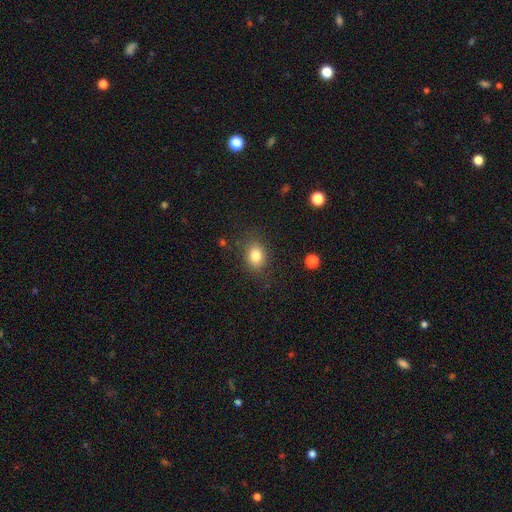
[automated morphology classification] This is clearly a smooth galaxy (82%). How rounded: possibly in between (56%). Merging: clearly none (82%).